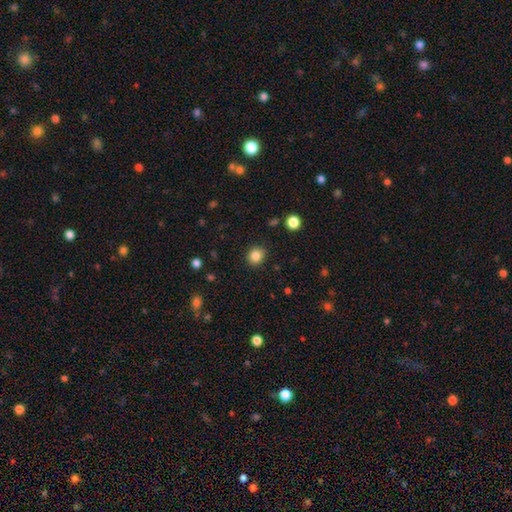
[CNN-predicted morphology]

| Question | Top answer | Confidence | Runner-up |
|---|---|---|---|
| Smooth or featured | smooth | 85% | star or artifact (11%) |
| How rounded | round | 82% | in between (17%) |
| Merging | none | 89% | minor disturbance (7%) |